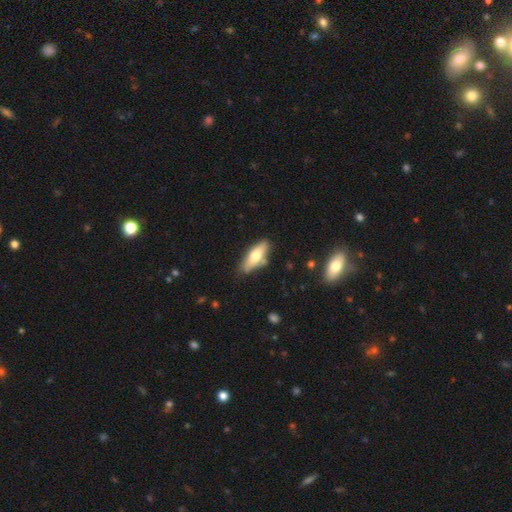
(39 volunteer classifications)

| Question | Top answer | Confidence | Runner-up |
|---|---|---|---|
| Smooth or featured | smooth | 56% | featured or disk (41%) |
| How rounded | in between | 73% | cigar-shaped (27%) |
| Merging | none | 55% | minor disturbance (29%) |